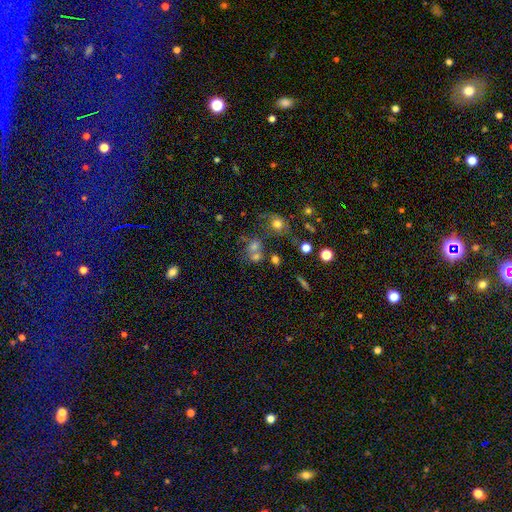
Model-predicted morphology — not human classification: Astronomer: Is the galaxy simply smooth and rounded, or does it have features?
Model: smooth — 58%.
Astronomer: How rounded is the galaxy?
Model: round — 71%.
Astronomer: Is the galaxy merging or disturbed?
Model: merger — 42% (runner-up: none, 41%).